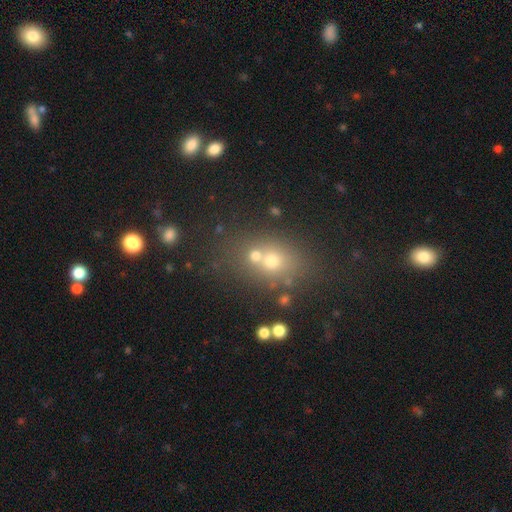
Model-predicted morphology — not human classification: Smooth or featured: smooth — 61% (star or artifact — 21%)
How rounded: round — 58% (in between — 40%)
Merging: none — 47% (merger — 39%)